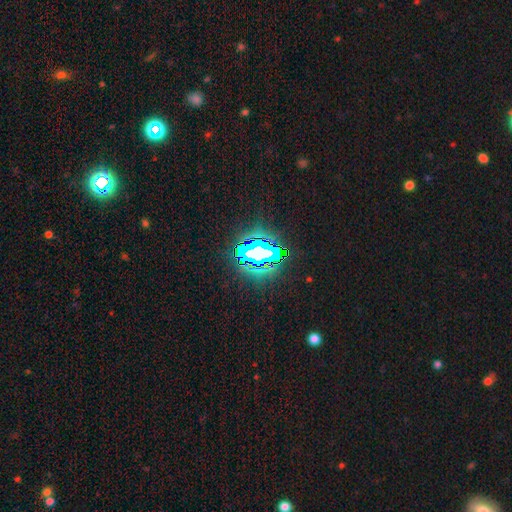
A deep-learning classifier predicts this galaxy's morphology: This is likely a star or artifact rather than a galaxy (71%).